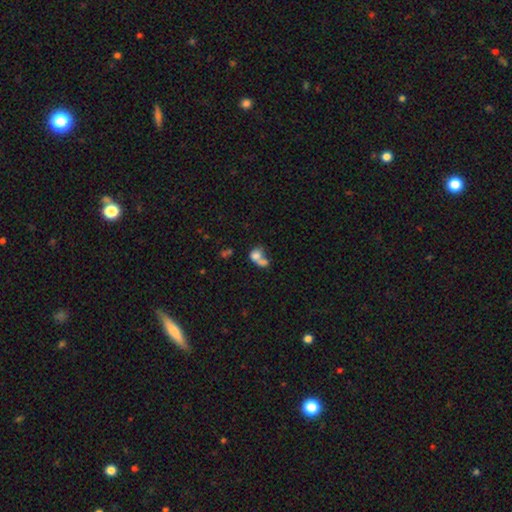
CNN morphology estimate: smooth 72%, featured or disk 18%, star or artifact 11%. Down the decision tree: how rounded — in between (57%); merging — merger (64%).